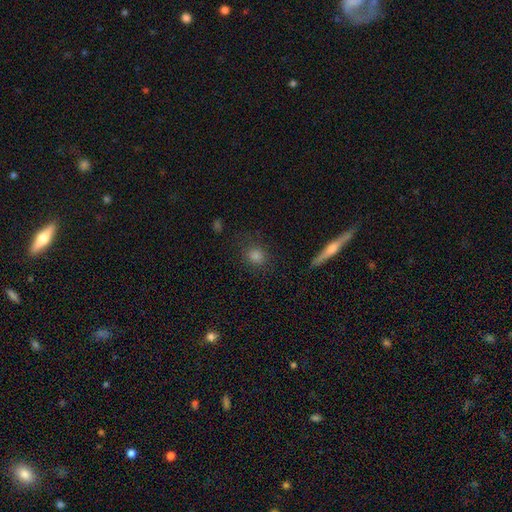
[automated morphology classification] The model was most divided on "how rounded": round: 74%, in between: 21%, cigar-shaped: 5%. More confident: merging — none (86%); smooth or featured — smooth (77%).